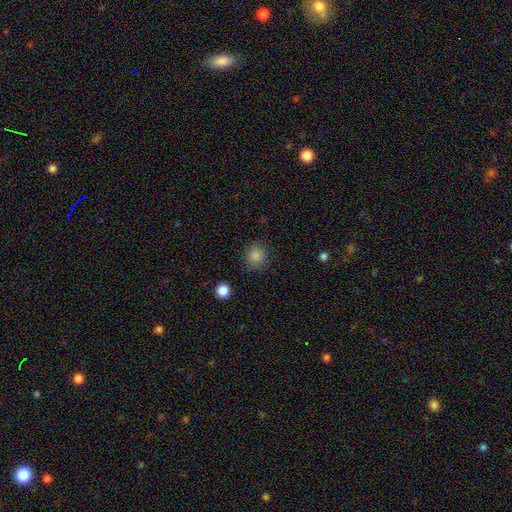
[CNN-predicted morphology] Smooth or featured?
  - smooth: 85% *
  - star or artifact: 12%
  - featured or disk: 3%
How rounded?
  - round: 89% *
  - in between: 10%
  - cigar-shaped: 1%
Merging?
  - none: 87% *
  - minor disturbance: 9%
  - major disturbance: 3%
  - merger: 1%